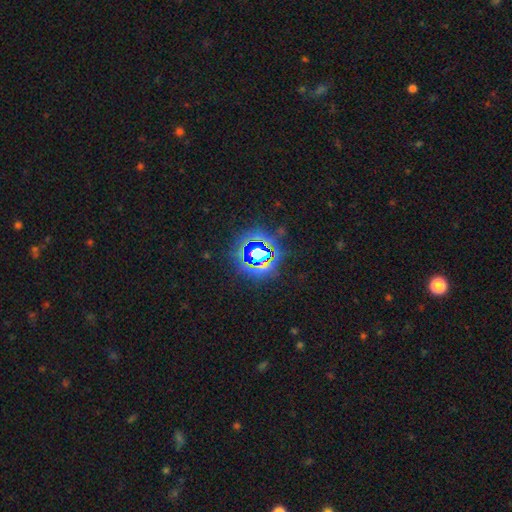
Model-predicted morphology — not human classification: Smooth or featured? star or artifact (79%)